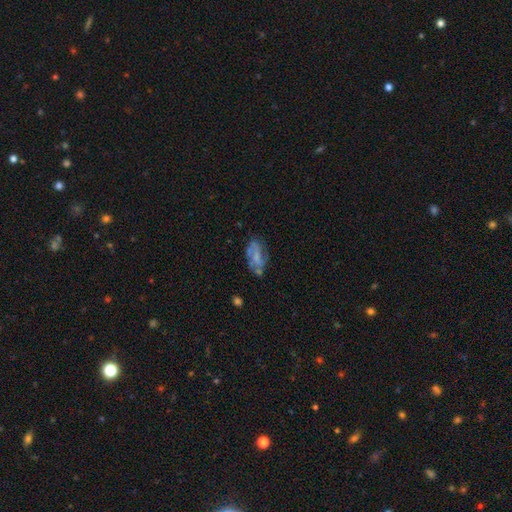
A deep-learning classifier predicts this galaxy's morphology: featured or disk 57%, smooth 35%, star or artifact 9%. Down the decision tree: edge-on disk — no (94%); bar — no (51%); spiral arms — yes (66%); bulge size — none (44%); merging — none (52%).